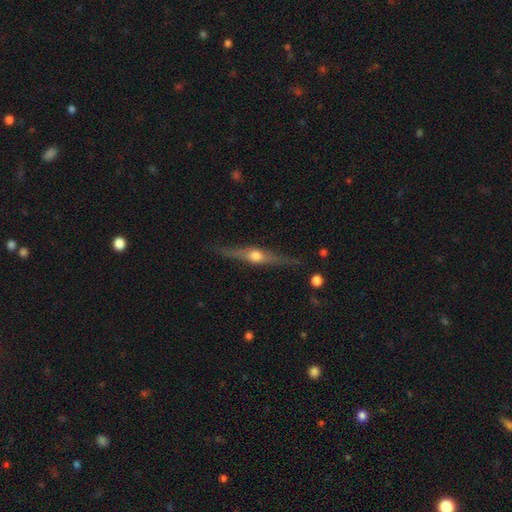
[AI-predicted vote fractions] The model was most divided on "smooth or featured": featured or disk: 77%, smooth: 17%, star or artifact: 6%. More confident: edge-on disk — yes (97%); edge-on bulge — rounded (94%); merging — none (84%).